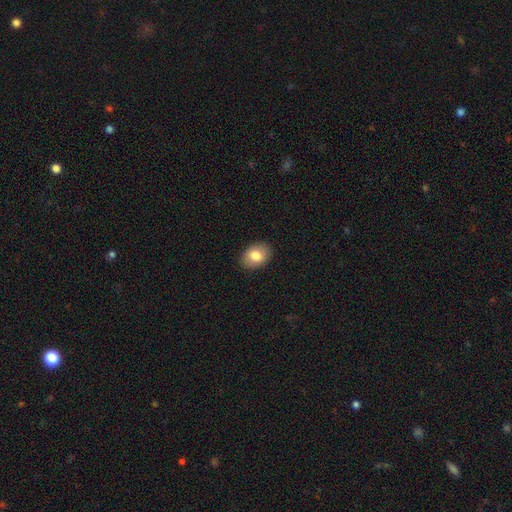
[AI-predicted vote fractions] smooth-or-featured: smooth: 80% | featured or disk: 13% | star or artifact: 7%
  how-rounded: in between: 75% | round: 24% | cigar-shaped: 1%
  merging: none: 89% | minor disturbance: 8% | major disturbance: 2% | merger: 1%